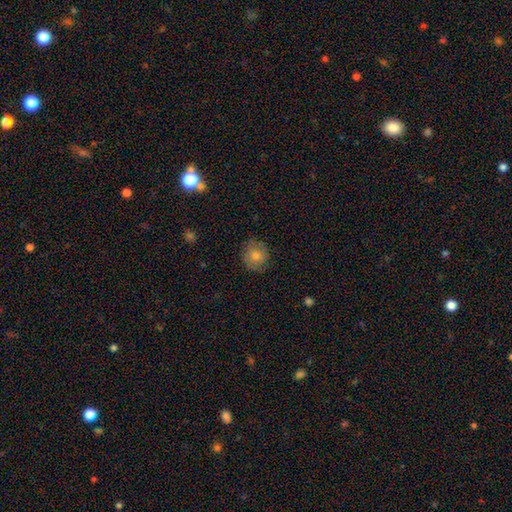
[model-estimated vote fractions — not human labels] smooth_or_featured: smooth (p=0.49) [alt: featured or disk p=0.38]
merging: none (p=0.82) [alt: minor disturbance p=0.13]